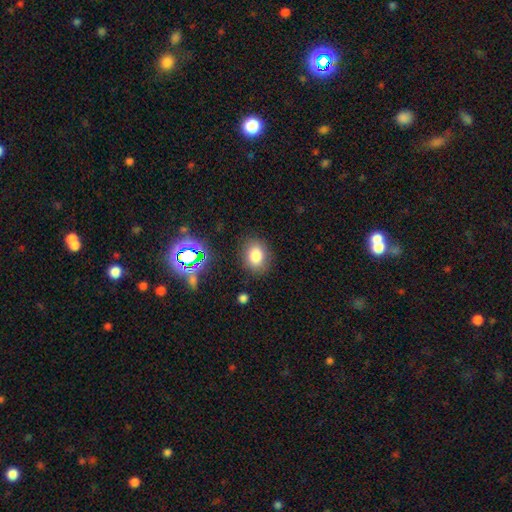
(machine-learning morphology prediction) Smooth or featured?
  - smooth: 78% *
  - star or artifact: 14%
  - featured or disk: 8%
How rounded?
  - in between: 53% *
  - round: 46%
  - cigar-shaped: 1%
Merging?
  - none: 84% *
  - minor disturbance: 11%
  - major disturbance: 4%
  - merger: 2%